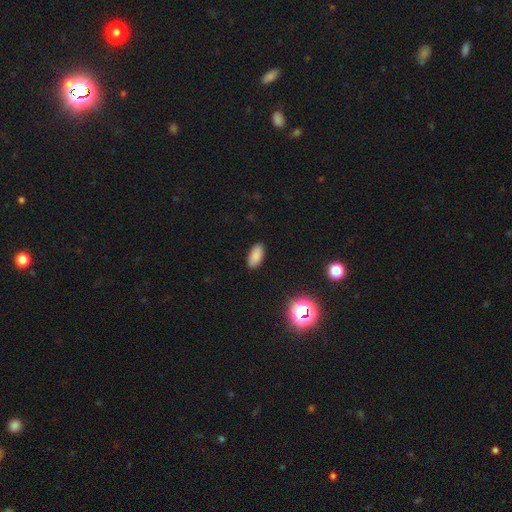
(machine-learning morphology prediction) smooth_or_featured: smooth (p=0.84) [alt: star or artifact p=0.11]
how_rounded: in between (p=0.92) [alt: cigar-shaped p=0.05]
merging: none (p=0.89) [alt: minor disturbance p=0.08]